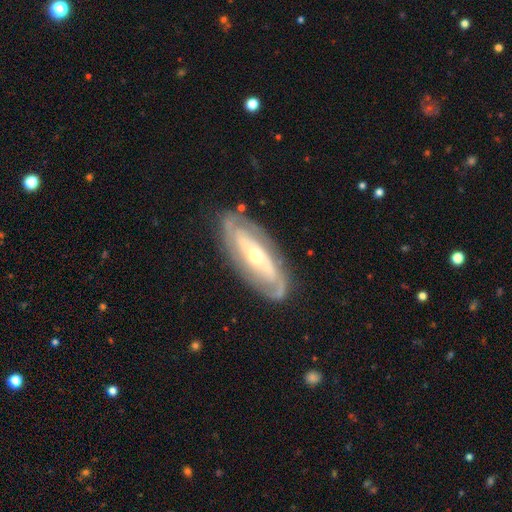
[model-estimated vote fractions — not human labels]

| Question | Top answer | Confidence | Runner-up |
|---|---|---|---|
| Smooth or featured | featured or disk | 83% | smooth (12%) |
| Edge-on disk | no | 88% | yes (12%) |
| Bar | no | 52% | weak (27%) |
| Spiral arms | yes | 86% | no (14%) |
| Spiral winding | tight | 58% | medium (31%) |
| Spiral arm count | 2 | 60% | can't tell (25%) |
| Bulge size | moderate | 56% | small (38%) |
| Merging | none | 81% | minor disturbance (13%) |